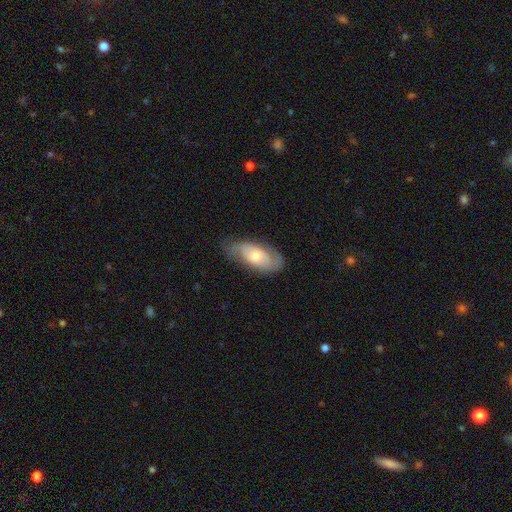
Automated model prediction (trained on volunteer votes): This is possibly a featured or disk galaxy (52%). It is clearly not viewed edge-on (88%). Merging: likely none (69%).